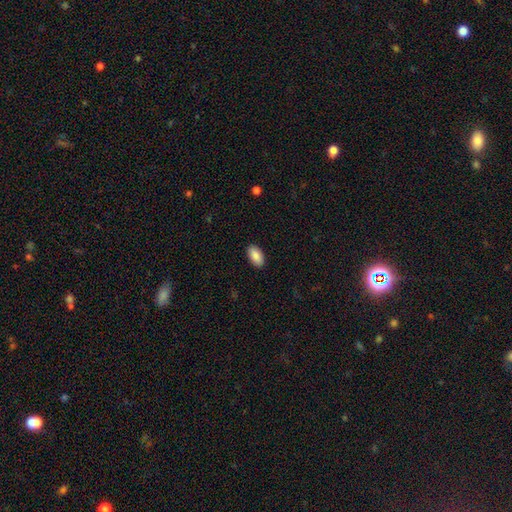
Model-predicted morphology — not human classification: The model was most divided on "smooth or featured": smooth: 89%, star or artifact: 6%, featured or disk: 5%. More confident: how rounded — in between (95%); merging — none (90%).